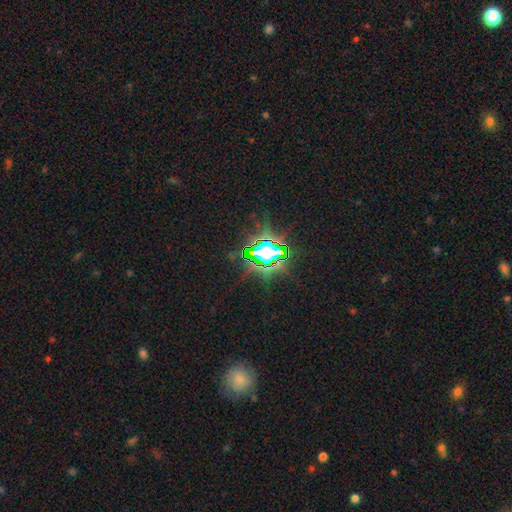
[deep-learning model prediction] This is clearly a star or artifact rather than a galaxy (82%).